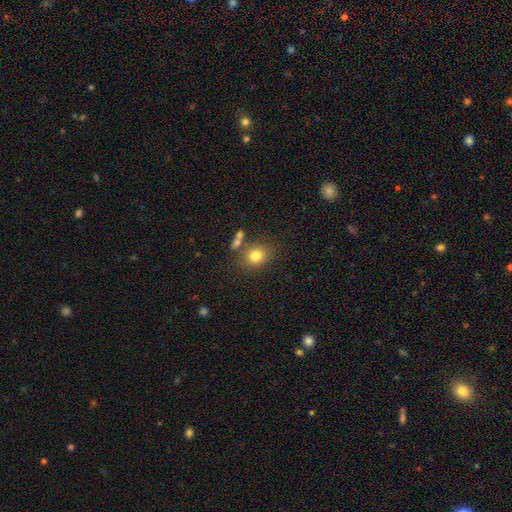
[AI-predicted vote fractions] Smooth or featured: smooth — 79% (star or artifact — 11%)
How rounded: round — 54% (in between — 45%)
Merging: none — 70% (minor disturbance — 13%)